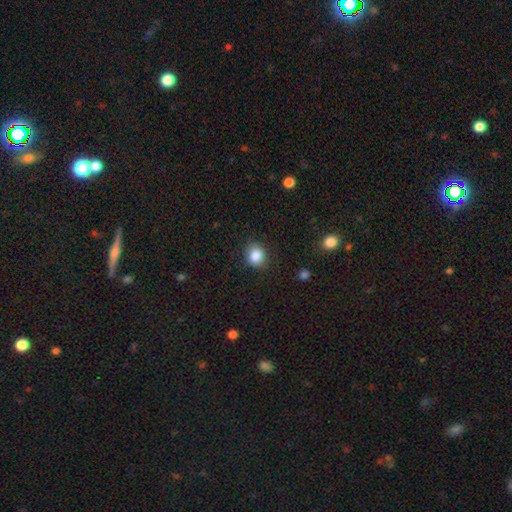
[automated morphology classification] Smooth or featured? Predicted: smooth (p=0.86). How rounded? Predicted: round (p=0.71). Merging? Predicted: none (p=0.85).